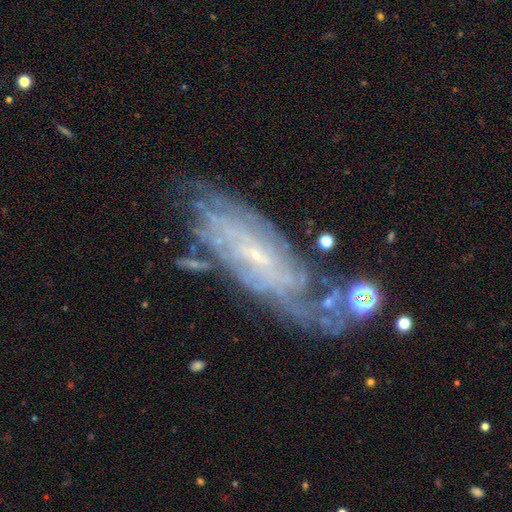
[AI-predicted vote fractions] The model was most divided on "bar": no: 52%, weak: 36%, strong: 12%. Remaining: spiral arms — yes (93%); edge-on disk — no (87%); smooth or featured — featured or disk (82%); bulge size — small (82%); spiral winding — tight (71%); merging — none (66%); spiral arm count — can't tell (47%).